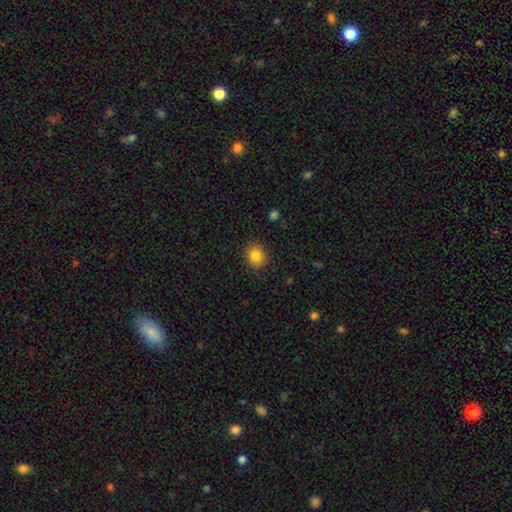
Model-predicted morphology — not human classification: Overall: smooth (85%). How rounded: round (80%). Merging: none (89%).